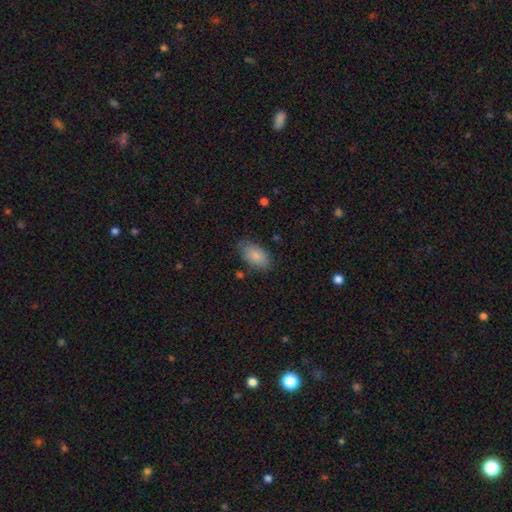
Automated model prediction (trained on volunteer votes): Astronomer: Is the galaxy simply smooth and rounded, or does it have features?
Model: smooth — 84%.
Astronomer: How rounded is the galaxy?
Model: in between — 93%.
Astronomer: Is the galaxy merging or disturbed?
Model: none — 75%.